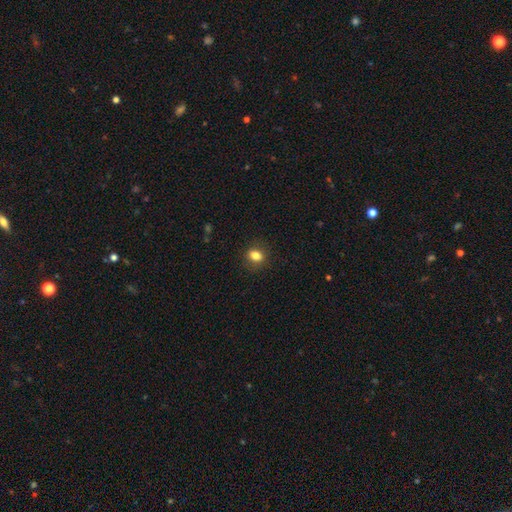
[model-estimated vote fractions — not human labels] A smooth galaxy with no disk features (82%) that is in between round and cigar-shaped (57%). Merging: none (85%).